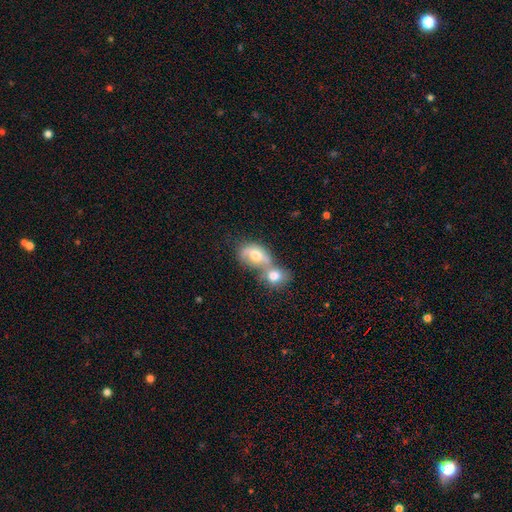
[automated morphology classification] Overall: smooth (64%; featured or disk 27%). How rounded: in between (63%; round 35%). Merging: merger (74%).